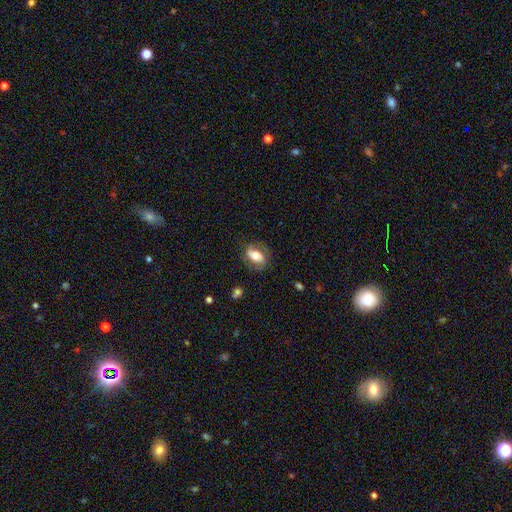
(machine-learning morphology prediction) smooth_or_featured: smooth (p=0.48) [alt: featured or disk p=0.44]
merging: none (p=0.73) [alt: minor disturbance p=0.18]